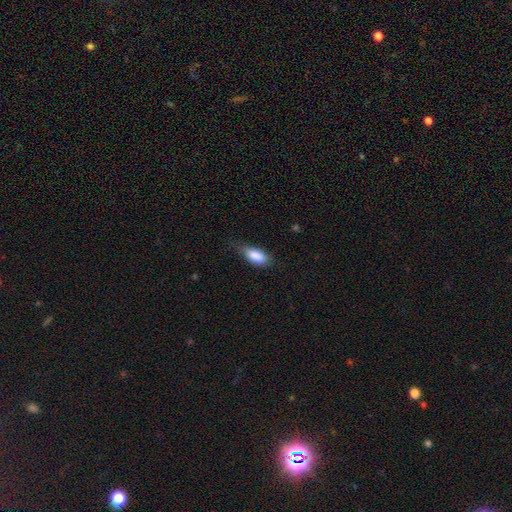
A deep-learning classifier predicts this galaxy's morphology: Smooth or featured? smooth (86%)
How rounded? in between (84%)
Merging? none (56%)